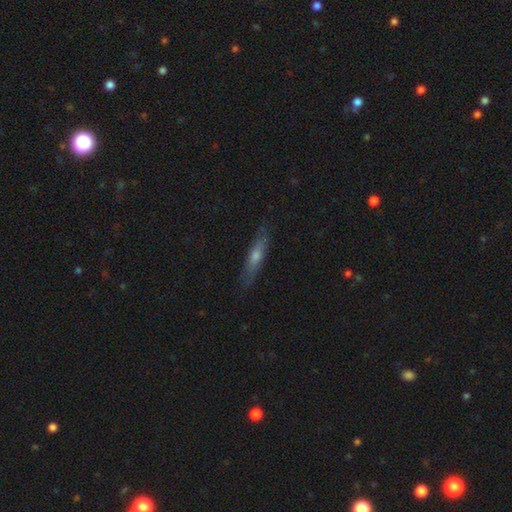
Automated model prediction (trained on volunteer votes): smooth_or_featured: smooth (p=0.46) [tied with: featured or disk p=0.46]
merging: none (p=0.84) [alt: minor disturbance p=0.13]